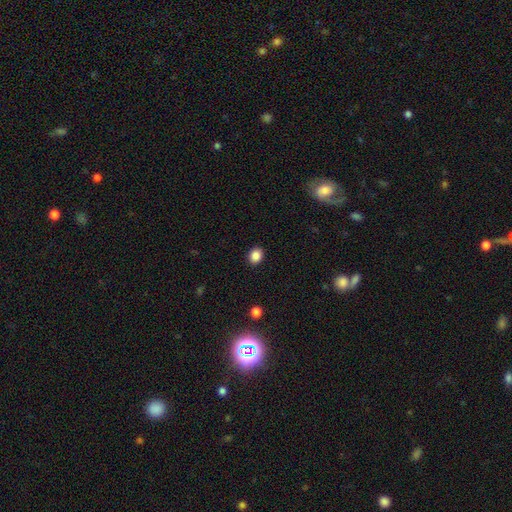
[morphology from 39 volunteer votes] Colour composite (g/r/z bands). It shows a smooth galaxy with no disk features (85%) that is round (52%). Merging: none (92%).